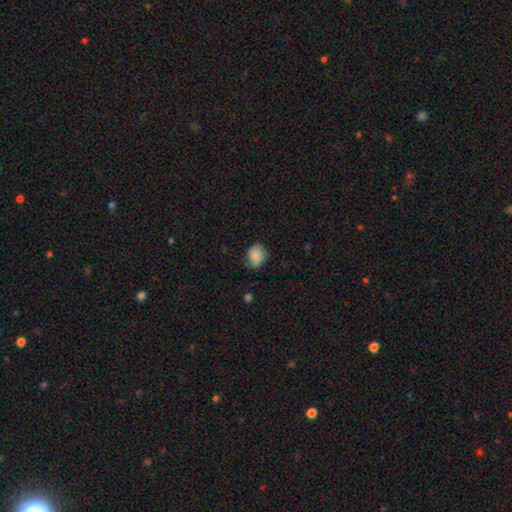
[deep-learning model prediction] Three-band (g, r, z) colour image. It shows a smooth galaxy with no disk features (77%) that is round (51%). Merging: none (62%).